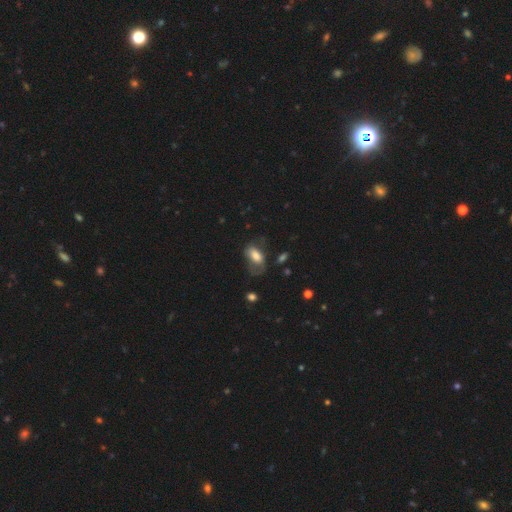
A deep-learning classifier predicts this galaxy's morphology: Smooth or featured?
  - smooth: 67% *
  - featured or disk: 24%
  - star or artifact: 8%
How rounded?
  - in between: 89% *
  - round: 6%
  - cigar-shaped: 5%
Merging?
  - none: 39% *
  - major disturbance: 32%
  - minor disturbance: 26%
  - merger: 3%